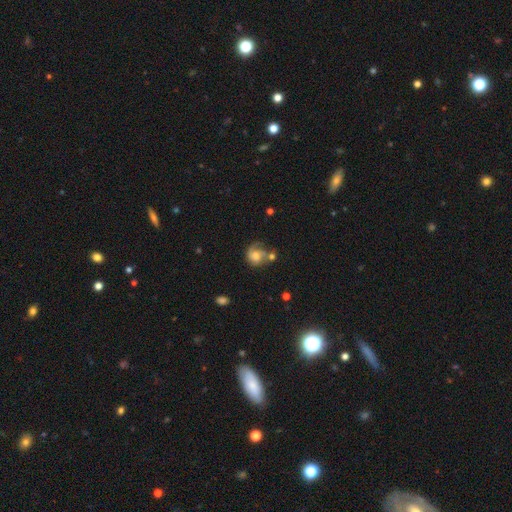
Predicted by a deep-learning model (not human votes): smooth-or-featured: featured or disk: 48% | smooth: 42% | star or artifact: 10%
  merging: none: 37% | merger: 22% | major disturbance: 21% | minor disturbance: 21%